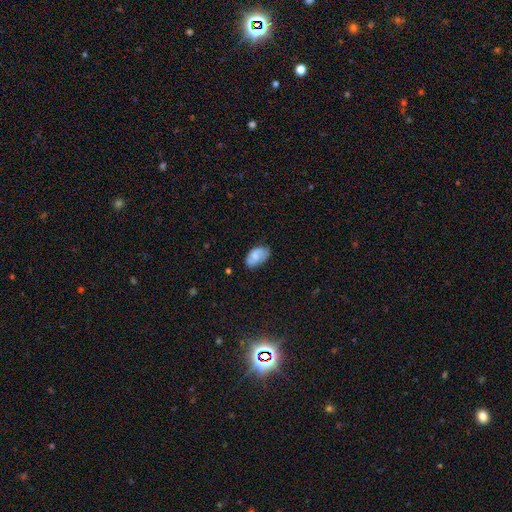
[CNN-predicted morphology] Q: Smooth or featured?
A: smooth (71%); runner-up: featured or disk (22%)
Q: How rounded?
A: in between (93%); runner-up: round (6%)
Q: Merging?
A: none (63%); runner-up: minor disturbance (29%)